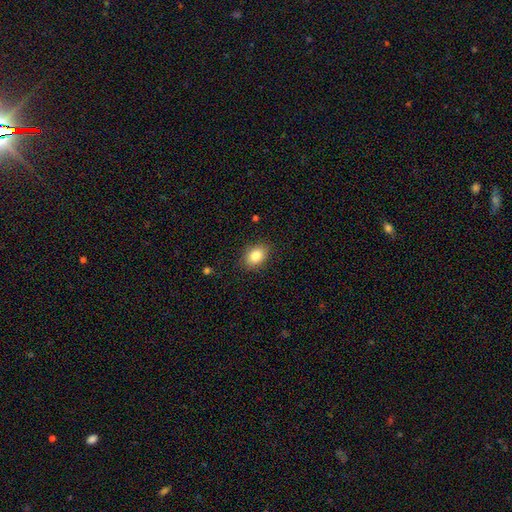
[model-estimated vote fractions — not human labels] A smooth galaxy with no disk features (84%) that is in between round and cigar-shaped (72%).

Vote fractions:
- Smooth or featured? smooth: 84% / star or artifact: 9% / featured or disk: 8%
- How rounded? in between: 72% / round: 27% / cigar-shaped: 1%
- Merging? none: 86% / minor disturbance: 11% / major disturbance: 3% / merger: 1%